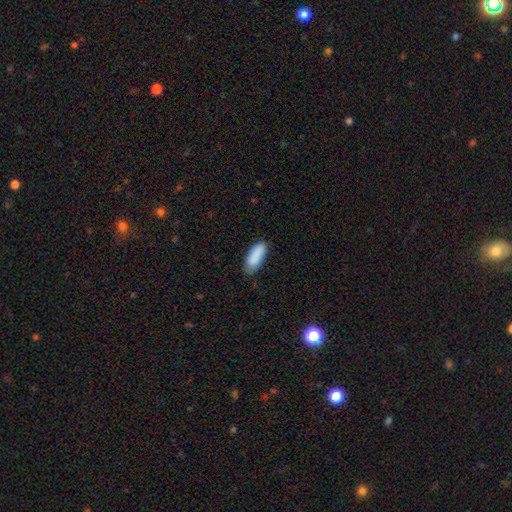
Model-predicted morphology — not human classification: This appears to be a smooth galaxy with no disk features (89%) that is in between round and cigar-shaped (78%). Merging: none (73%).